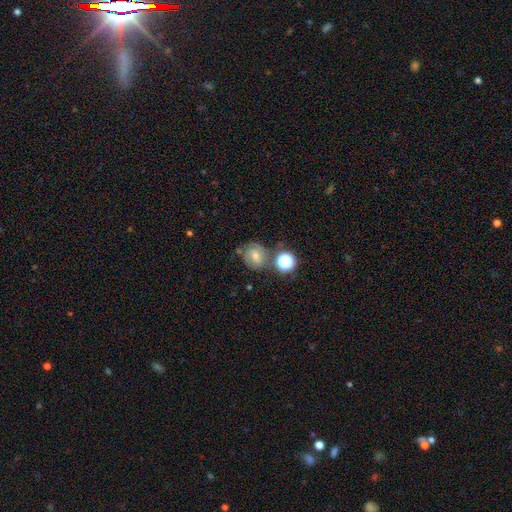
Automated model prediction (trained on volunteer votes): A featured or disk galaxy (43%).

Vote fractions:
- Smooth or featured? featured or disk: 43% / smooth: 34% / star or artifact: 23%
- Merging? none: 67% / minor disturbance: 15% / merger: 11% / major disturbance: 7%